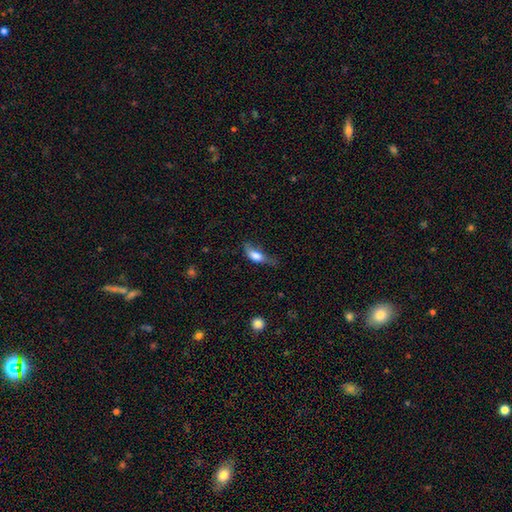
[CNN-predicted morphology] type=smooth (71%); roundness=in between (71%); merging=minor disturbance (36%).